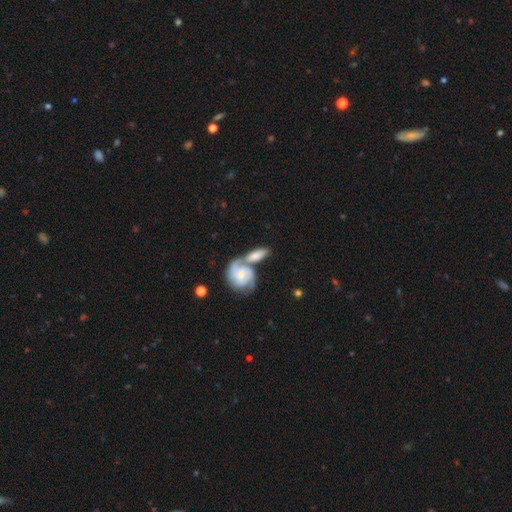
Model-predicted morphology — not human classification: This is possibly a featured or disk galaxy (49%). Merging: possibly merger (54%).